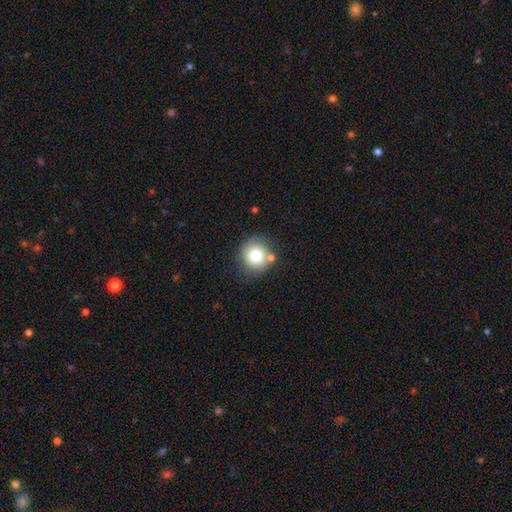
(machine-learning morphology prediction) smooth-or-featured: smooth: 76% | featured or disk: 13% | star or artifact: 11%
  how-rounded: round: 90% | in between: 9% | cigar-shaped: 1%
  merging: none: 73% | minor disturbance: 13% | merger: 10% | major disturbance: 4%